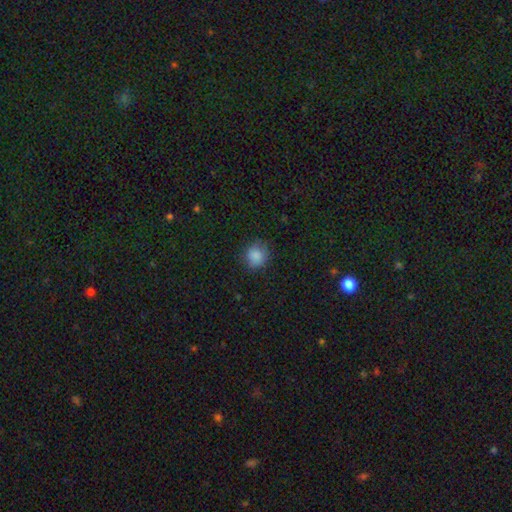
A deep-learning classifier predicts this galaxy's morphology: Smooth or featured: smooth — 86% (star or artifact — 10%)
How rounded: round — 83% (in between — 16%)
Merging: none — 80% (minor disturbance — 15%)